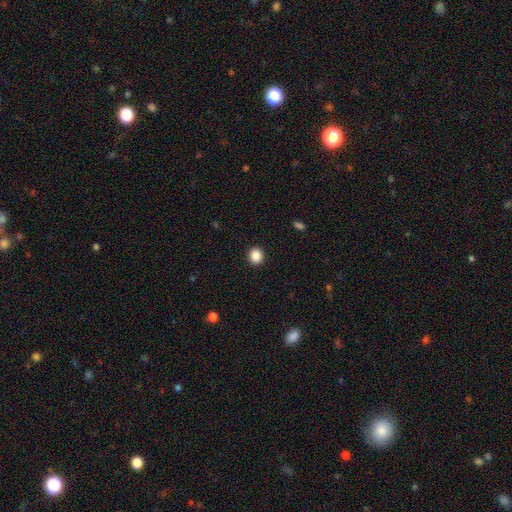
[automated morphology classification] smooth_or_featured: smooth (p=0.87) [alt: star or artifact p=0.10]
how_rounded: round (p=0.79) [alt: in between p=0.20]
merging: none (p=0.92) [alt: minor disturbance p=0.05]